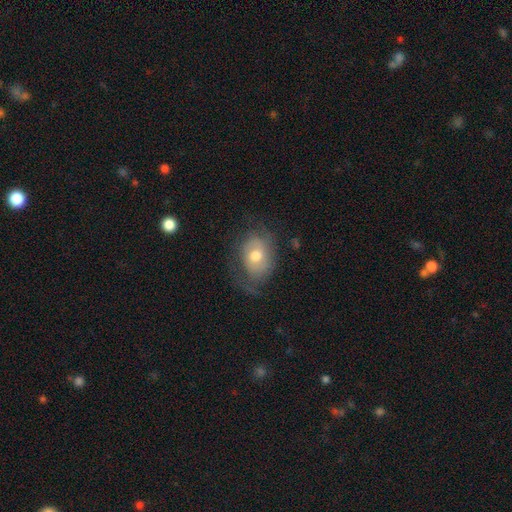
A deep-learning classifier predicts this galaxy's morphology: Smooth or featured: featured or disk — 47% (smooth — 45%)
Merging: none — 55% (minor disturbance — 26%)